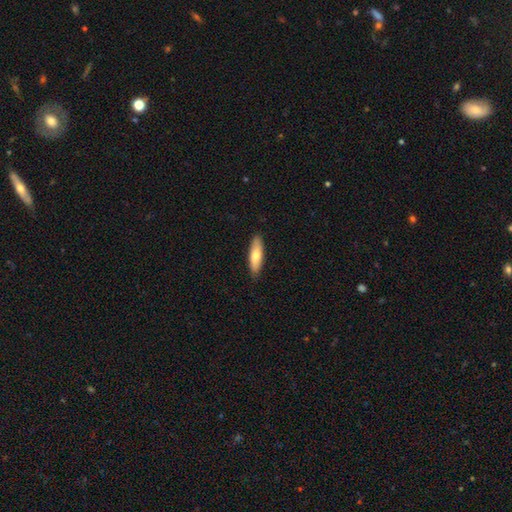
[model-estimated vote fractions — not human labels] smooth_or_featured: smooth (p=0.72) [alt: featured or disk p=0.23]
how_rounded: cigar-shaped (p=0.54) [alt: in between p=0.44]
merging: none (p=0.88) [alt: minor disturbance p=0.09]